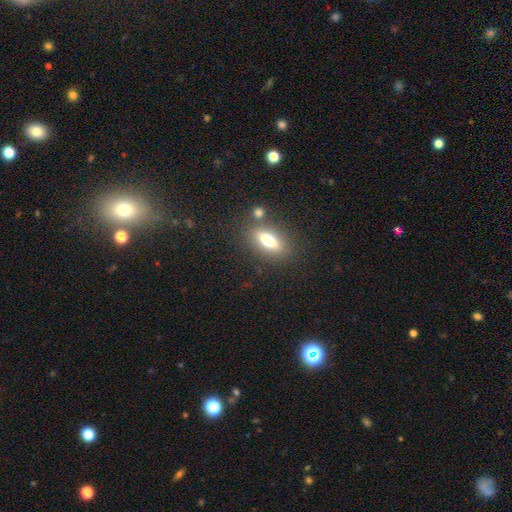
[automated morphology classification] Smooth or featured?
  - smooth: 57% *
  - star or artifact: 29%
  - featured or disk: 14%
How rounded?
  - in between: 71% *
  - round: 23%
  - cigar-shaped: 6%
Merging?
  - none: 78% *
  - minor disturbance: 11%
  - merger: 7%
  - major disturbance: 4%